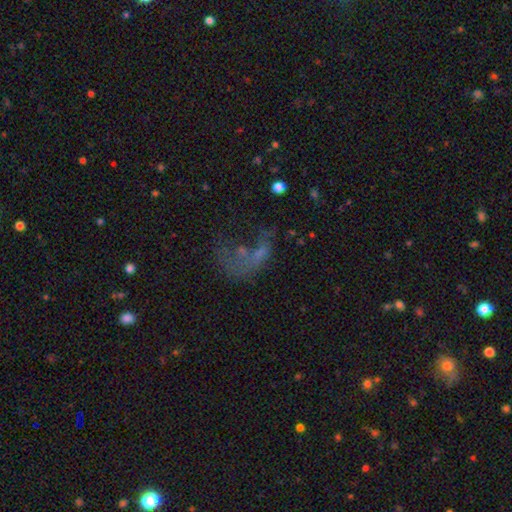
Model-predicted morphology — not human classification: Q: Smooth or featured?
A: featured or disk (41%); runner-up: smooth (34%)
Q: Merging?
A: major disturbance (49%); runner-up: none (26%)